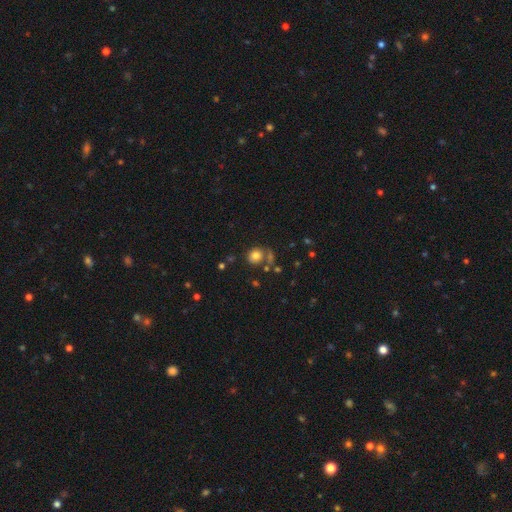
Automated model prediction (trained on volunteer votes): A smooth galaxy with no disk features (77%) that is round (79%).

Vote fractions:
- Smooth or featured? smooth: 77% / star or artifact: 12% / featured or disk: 11%
- How rounded? round: 79% / in between: 20% / cigar-shaped: 1%
- Merging? none: 65% / merger: 14% / minor disturbance: 14% / major disturbance: 7%